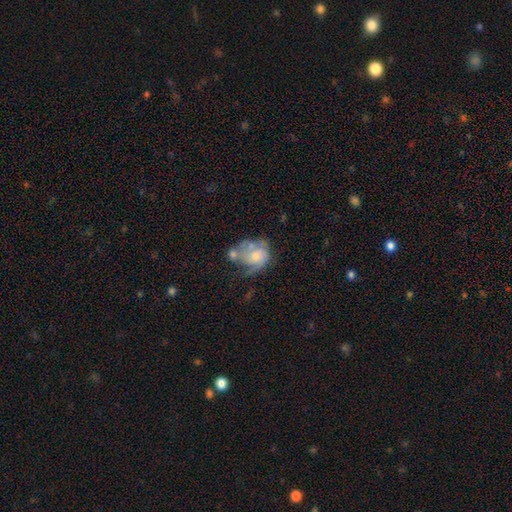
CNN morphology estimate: A featured or disk galaxy (58%) with no bar (80%), spiral arms (63%) and a moderate central bulge (42%).

Vote fractions:
- Smooth or featured? featured or disk: 58% / smooth: 34% / star or artifact: 8%
- Edge-on disk? no: 98% / yes: 2%
- Bar? no: 80% / weak: 18% / strong: 2%
- Spiral arms? yes: 63% / no: 37%
- Bulge size? moderate: 42% / small: 33% / none: 14% / large: 9% / dominant: 2%
- Merging? major disturbance: 27% / none: 26% / merger: 25% / minor disturbance: 22%